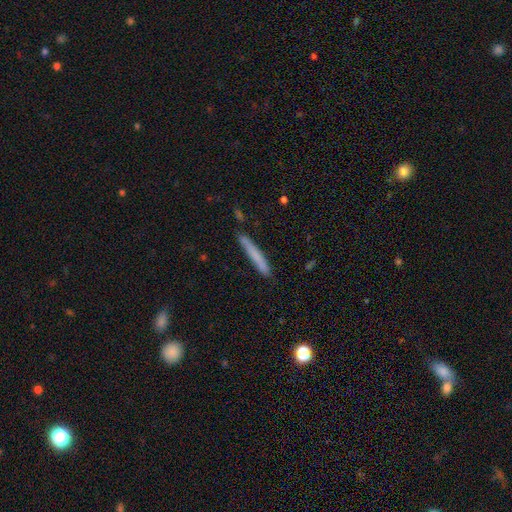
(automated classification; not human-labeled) smooth-or-featured: smooth: 71% | featured or disk: 22% | star or artifact: 7%
  how-rounded: cigar-shaped: 96% | in between: 3% | round: 1%
  merging: none: 84% | minor disturbance: 11% | merger: 2% | major disturbance: 2%